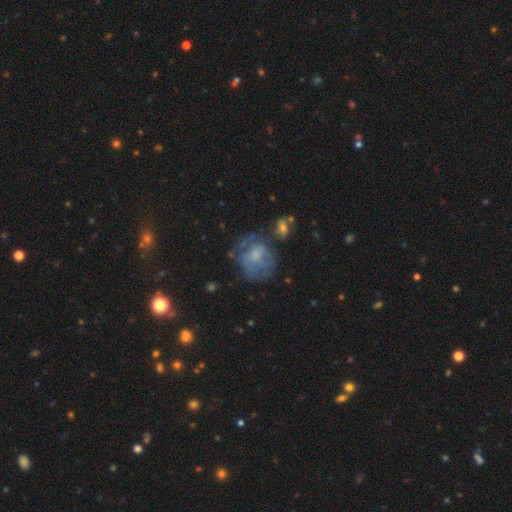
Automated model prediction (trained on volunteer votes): Smooth or featured: featured or disk — 52% (smooth — 37%)
Edge-on disk: no — 97% (yes — 3%)
Bar: no — 74% (weak — 22%)
Spiral arms: yes — 50% (tied with no — 50%)
Bulge size: small — 39% (moderate — 35%)
Merging: none — 49% (minor disturbance — 23%)